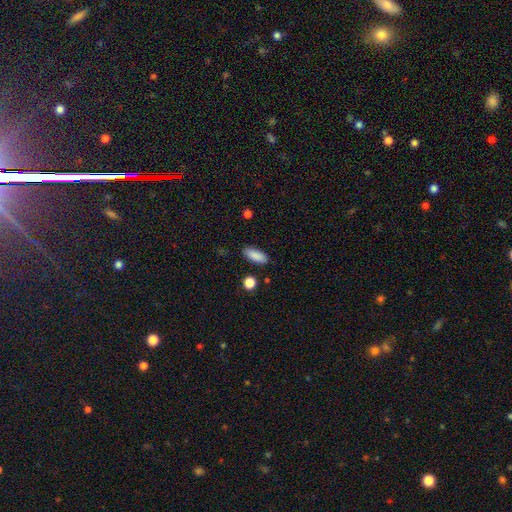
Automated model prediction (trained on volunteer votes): smooth 88%, star or artifact 7%, featured or disk 4%. Down the decision tree: how rounded — in between (80%); merging — none (86%).